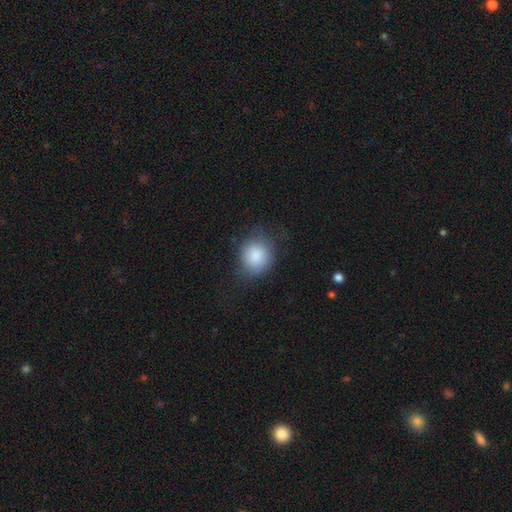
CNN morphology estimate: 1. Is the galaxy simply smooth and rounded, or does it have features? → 85% smooth, 8% star or artifact, 7% featured or disk.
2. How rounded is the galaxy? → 79% round, 20% in between, 1% cigar-shaped.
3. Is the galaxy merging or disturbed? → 68% none, 21% minor disturbance, 9% major disturbance, 1% merger.